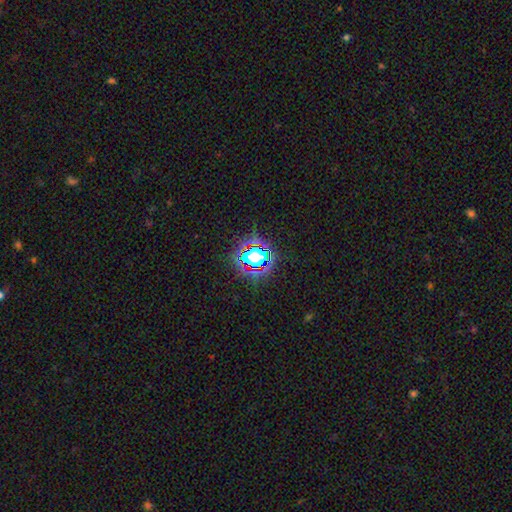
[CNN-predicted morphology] Overall: star or artifact (66%).